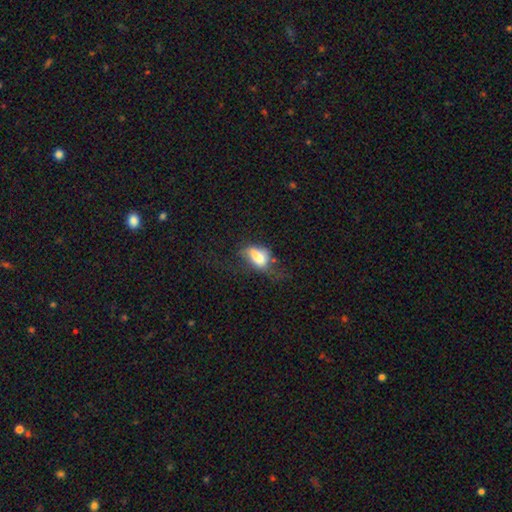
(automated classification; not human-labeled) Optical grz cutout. It shows a smooth galaxy with no disk features (70%) that is in between round and cigar-shaped (86%). Merging: major disturbance (45%).